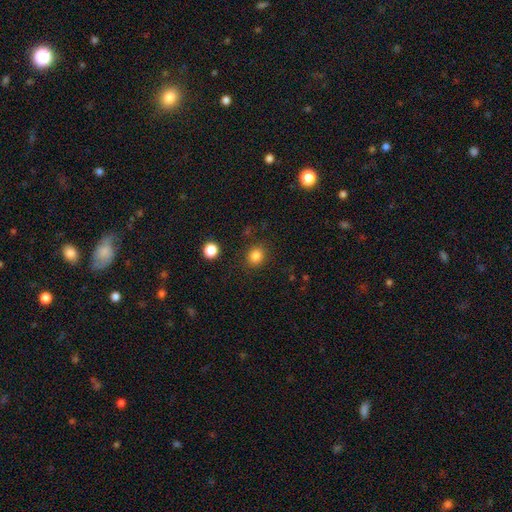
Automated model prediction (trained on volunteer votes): A smooth galaxy with no disk features (84%) that is round (74%).

Vote fractions:
- Smooth or featured? smooth: 84% / star or artifact: 12% / featured or disk: 5%
- How rounded? round: 74% / in between: 25% / cigar-shaped: 1%
- Merging? none: 85% / minor disturbance: 9% / major disturbance: 4% / merger: 2%